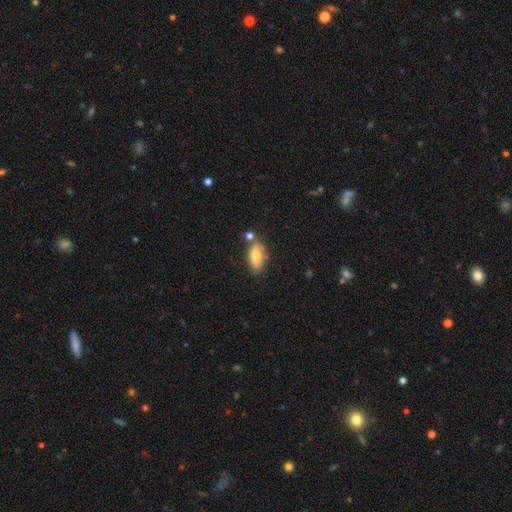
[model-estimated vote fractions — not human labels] smooth-or-featured: smooth: 70% | featured or disk: 22% | star or artifact: 7%
  how-rounded: in between: 76% | cigar-shaped: 21% | round: 3%
  merging: none: 69% | minor disturbance: 15% | merger: 12% | major disturbance: 4%